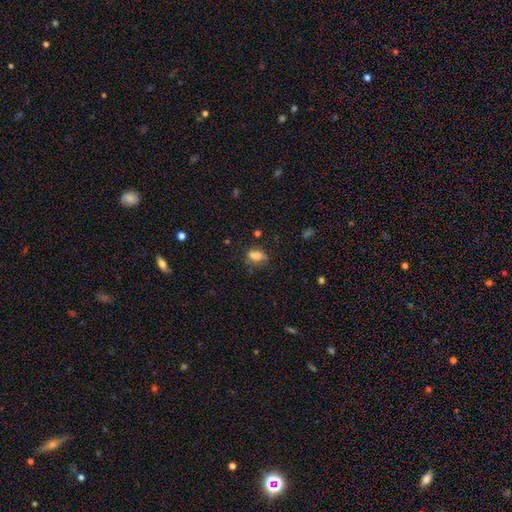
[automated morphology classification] The model was most divided on "merging": none: 43%, minor disturbance: 30%, major disturbance: 18%, merger: 9%. More confident: how rounded — in between (78%); smooth or featured — smooth (75%).